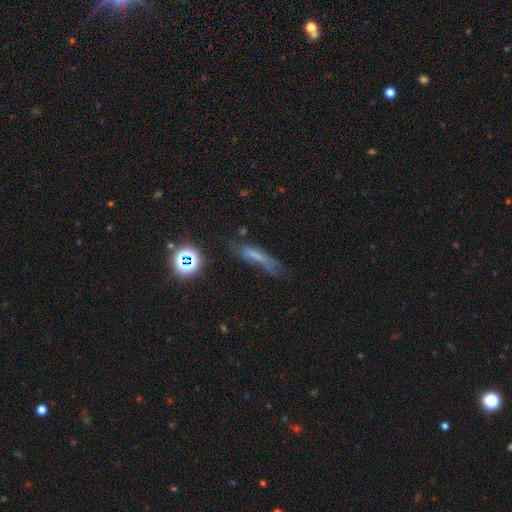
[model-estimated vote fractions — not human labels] Morphology: type=smooth (49%); merging=none (46%).